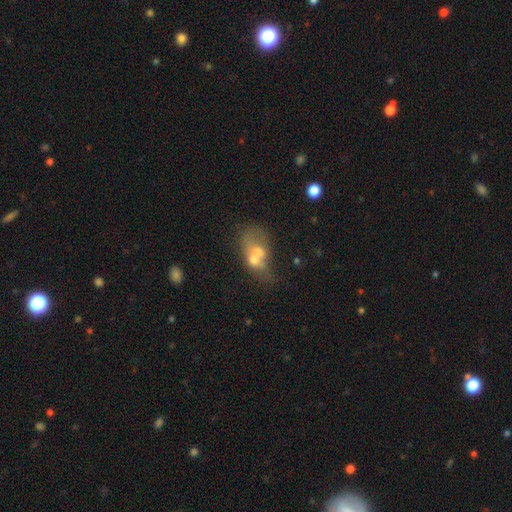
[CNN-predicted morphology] A smooth galaxy with no disk features (51%) that is in between round and cigar-shaped (72%).

Vote fractions:
- Smooth or featured? smooth: 51% / featured or disk: 38% / star or artifact: 11%
- How rounded? in between: 72% / round: 24% / cigar-shaped: 3%
- Merging? merger: 57% / major disturbance: 17% / none: 16% / minor disturbance: 11%